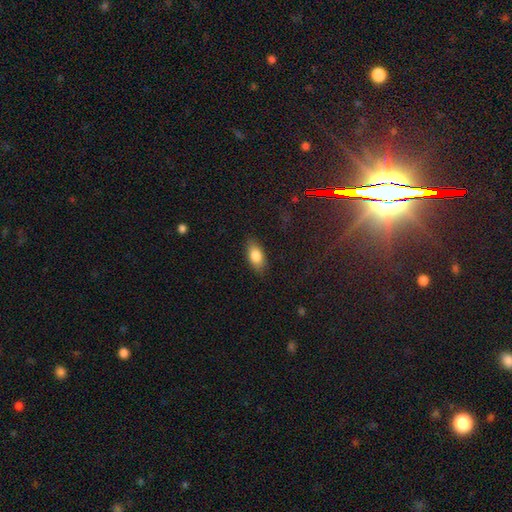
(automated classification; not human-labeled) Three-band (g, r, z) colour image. It shows a smooth galaxy with no disk features (81%) that is in between round and cigar-shaped (87%). Merging: none (85%).